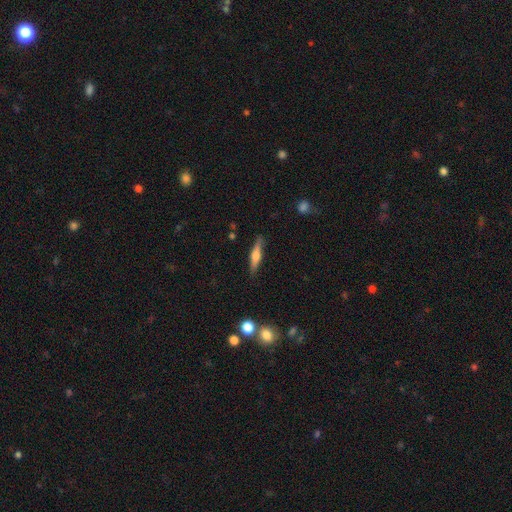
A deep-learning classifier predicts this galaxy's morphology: Overall: featured or disk (53%; smooth 41%). Edge-on disk: yes (96%). Edge-on bulge: rounded (84%). Merging: none (87%).